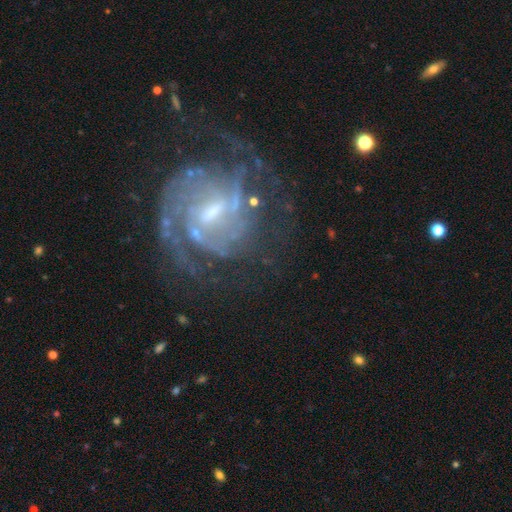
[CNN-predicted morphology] Smooth or featured?
  - featured or disk: 86% *
  - star or artifact: 9%
  - smooth: 6%
Edge-on disk?
  - no: 97% *
  - yes: 3%
Bar?
  - weak: 49% *
  - strong: 30%
  - no: 21%
Spiral arms?
  - yes: 95% *
  - no: 5%
Spiral winding?
  - tight: 60% *
  - medium: 32%
  - loose: 8%
Spiral arm count?
  - can't tell: 30% *
  - 2: 29%
  - 3: 17%
  - 4: 10%
  - more than 4: 7%
  - 1: 7%
Bulge size?
  - small: 56% *
  - moderate: 35%
  - none: 4%
  - large: 3%
  - dominant: 1%
Merging?
  - none: 69% *
  - minor disturbance: 15%
  - major disturbance: 14%
  - merger: 2%